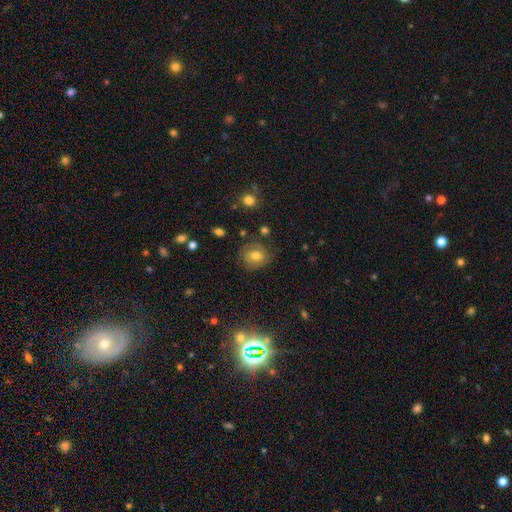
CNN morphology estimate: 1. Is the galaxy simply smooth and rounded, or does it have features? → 68% smooth, 20% featured or disk, 12% star or artifact.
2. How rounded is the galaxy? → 72% round, 27% in between, 1% cigar-shaped.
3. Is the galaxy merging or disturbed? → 76% none, 16% minor disturbance, 5% major disturbance, 2% merger.